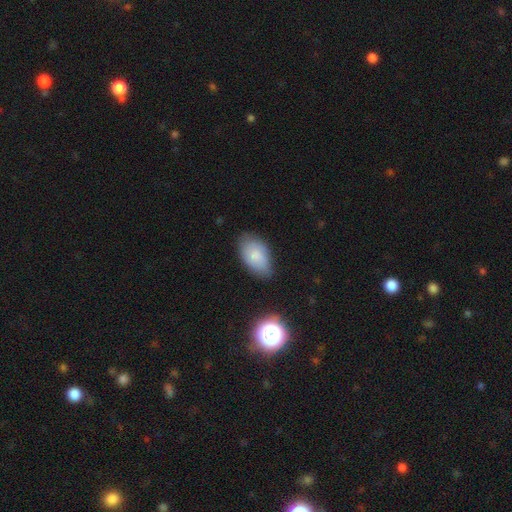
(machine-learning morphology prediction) smooth 77%, featured or disk 15%, star or artifact 8%. Down the decision tree: how rounded — in between (93%); merging — none (69%).